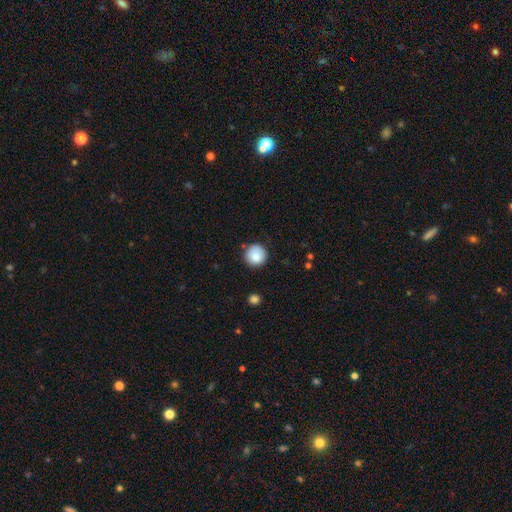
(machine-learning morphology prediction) smooth-or-featured: smooth: 86% | star or artifact: 8% | featured or disk: 6%
  how-rounded: round: 94% | in between: 5% | cigar-shaped: 1%
  merging: none: 84% | minor disturbance: 11% | major disturbance: 2% | merger: 2%